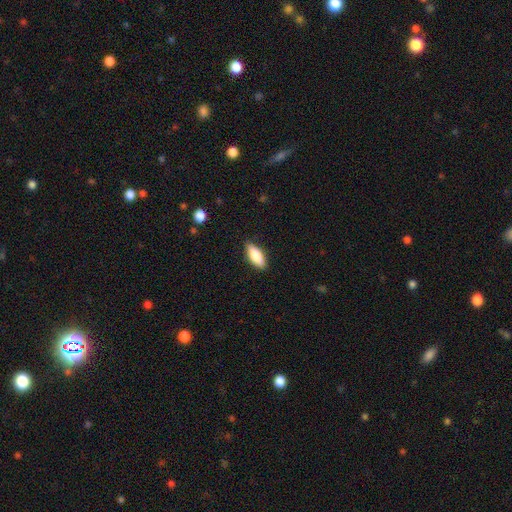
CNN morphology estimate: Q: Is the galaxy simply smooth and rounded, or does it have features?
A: smooth — 78%.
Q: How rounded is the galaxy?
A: in between — 76%.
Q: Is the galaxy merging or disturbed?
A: none — 87%.